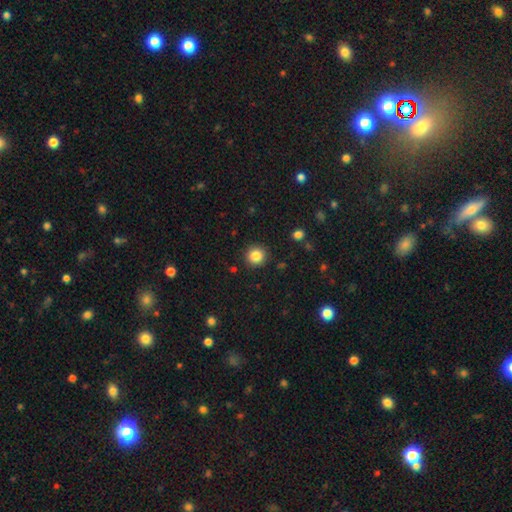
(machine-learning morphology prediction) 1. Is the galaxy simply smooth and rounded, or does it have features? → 85% smooth, 10% star or artifact, 4% featured or disk.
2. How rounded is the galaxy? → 94% round, 5% in between, 1% cigar-shaped.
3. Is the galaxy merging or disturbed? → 91% none, 6% minor disturbance, 2% major disturbance, 1% merger.